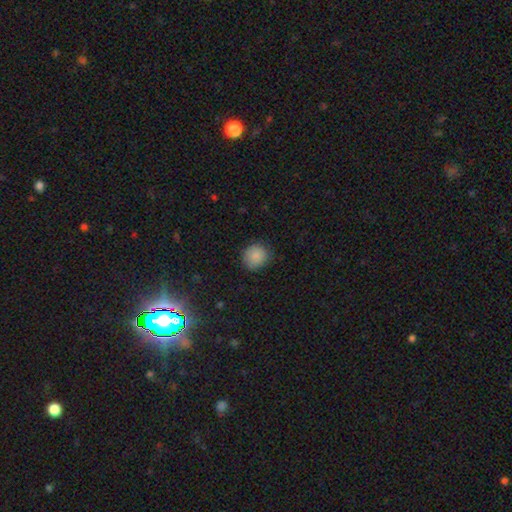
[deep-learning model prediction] smooth 85%, star or artifact 10%, featured or disk 5%. Down the decision tree: how rounded — round (88%); merging — none (83%).